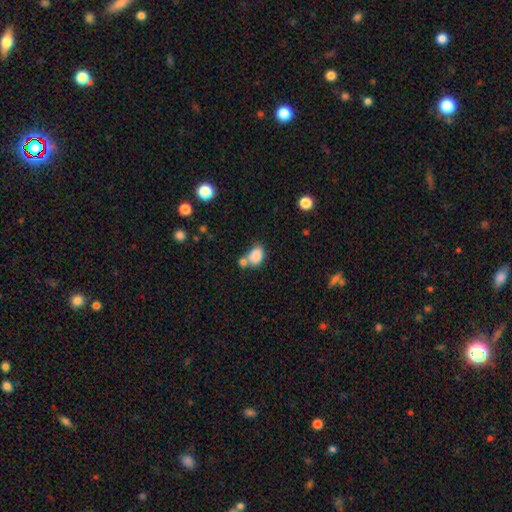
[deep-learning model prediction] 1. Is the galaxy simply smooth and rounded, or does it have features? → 84% smooth, 9% star or artifact, 7% featured or disk.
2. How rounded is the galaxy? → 74% in between, 24% round, 1% cigar-shaped.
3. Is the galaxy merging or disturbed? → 40% merger, 39% none, 15% minor disturbance, 6% major disturbance.